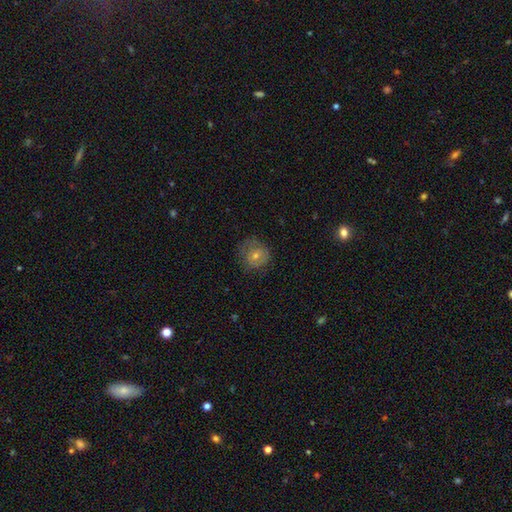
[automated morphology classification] Smooth or featured: smooth — 51% (featured or disk — 35%)
How rounded: round — 88% (in between — 11%)
Merging: none — 75% (minor disturbance — 17%)